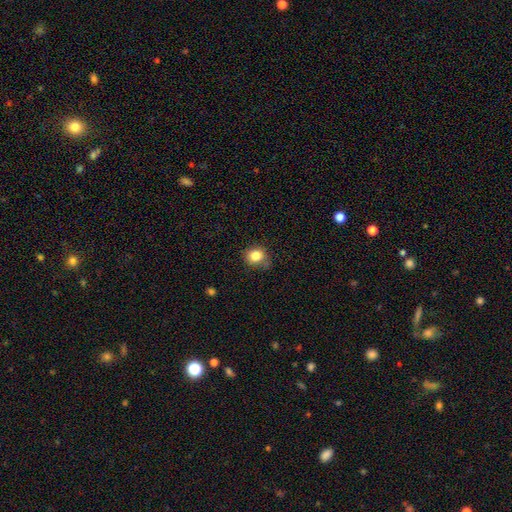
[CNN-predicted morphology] Smooth or featured? Predicted: smooth (p=0.83). How rounded? Predicted: round (p=0.75). Merging? Predicted: none (p=0.71).